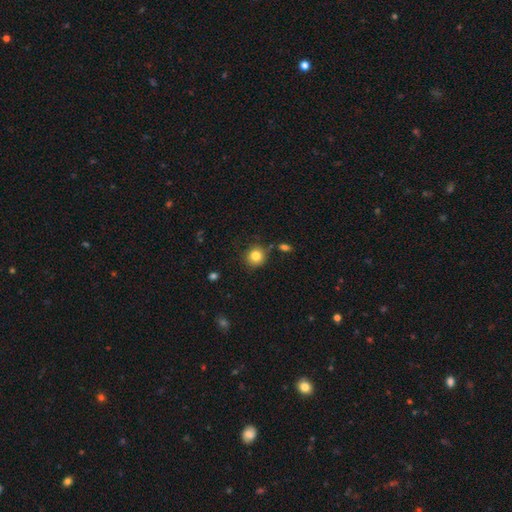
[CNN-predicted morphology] A smooth galaxy with no disk features (83%) that is round (88%). Merging: none (82%).